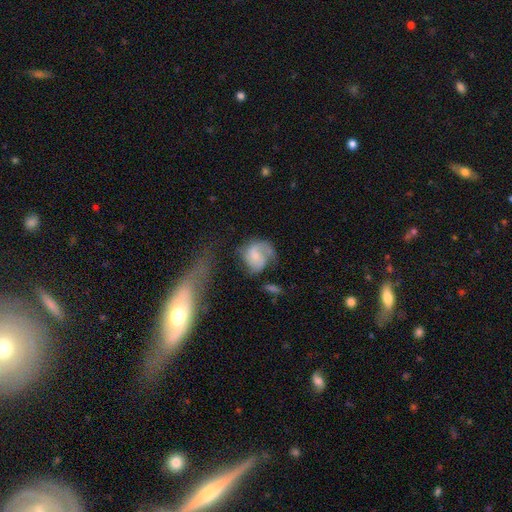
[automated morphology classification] A featured or disk galaxy (62%) with no bar (59%), 2 (47%) medium (43%) spiral arms (87%) and a small central bulge (41%). Merging: none (39%).